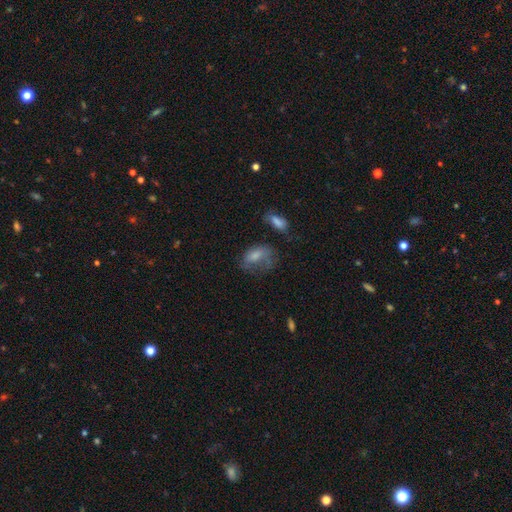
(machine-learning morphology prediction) A smooth galaxy with no disk features (66%) that is in between round and cigar-shaped (83%). Merging: major disturbance (36%).